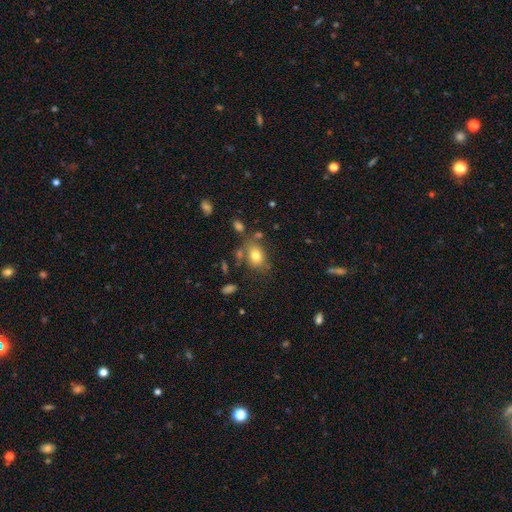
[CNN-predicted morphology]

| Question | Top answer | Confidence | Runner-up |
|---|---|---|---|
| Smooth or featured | smooth | 77% | featured or disk (13%) |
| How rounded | in between | 71% | round (27%) |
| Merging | none | 67% | minor disturbance (17%) |